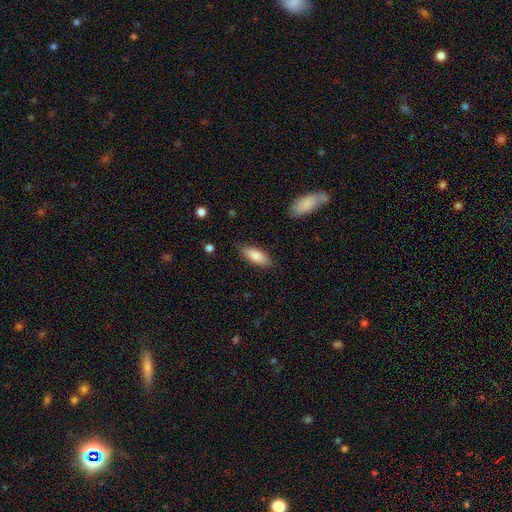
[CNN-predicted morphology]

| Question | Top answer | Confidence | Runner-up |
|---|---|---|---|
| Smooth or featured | smooth | 82% | featured or disk (12%) |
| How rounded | in between | 73% | cigar-shaped (26%) |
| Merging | none | 86% | minor disturbance (11%) |